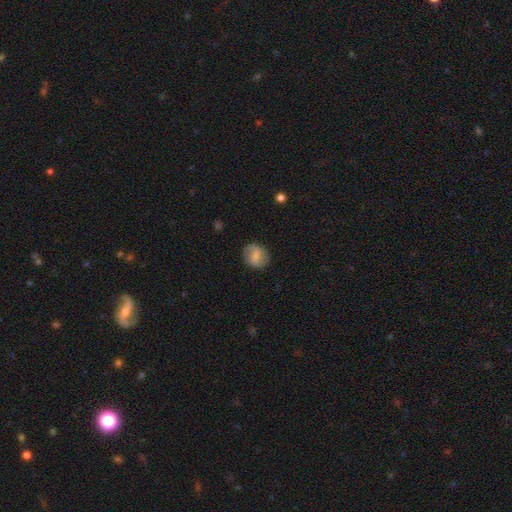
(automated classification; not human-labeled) A smooth galaxy with no disk features (53%) that is round (71%).

Vote fractions:
- Smooth or featured? smooth: 53% / featured or disk: 40% / star or artifact: 8%
- How rounded? round: 71% / in between: 28% / cigar-shaped: 1%
- Merging? none: 79% / minor disturbance: 15% / major disturbance: 5% / merger: 1%